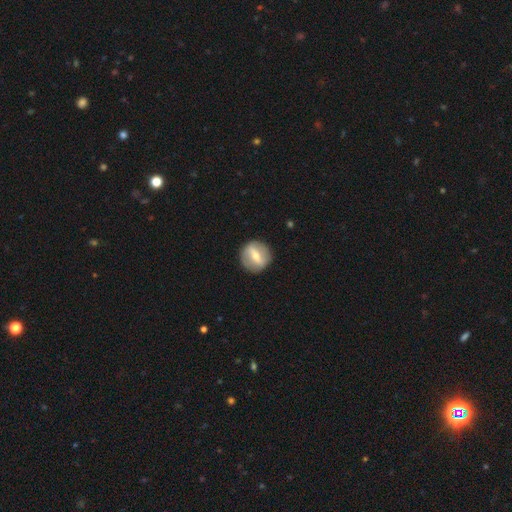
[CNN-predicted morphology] A featured or disk galaxy (57%). Merging: none (89%).